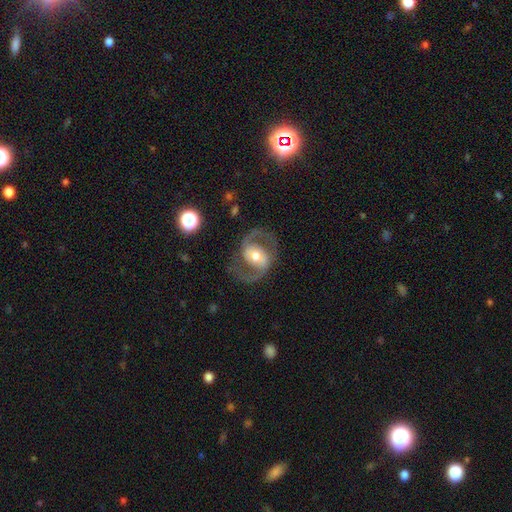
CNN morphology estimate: This is clearly a featured or disk galaxy (86%). It is clearly not viewed edge-on (97%). Bar: marginally no (40%). Spiral arm pattern: clearly yes (92%). Spiral arm count: clearly 2 (93%). Spiral winding: possibly medium (59%). Central bulge: likely moderate (70%). Merging: likely none (78%).